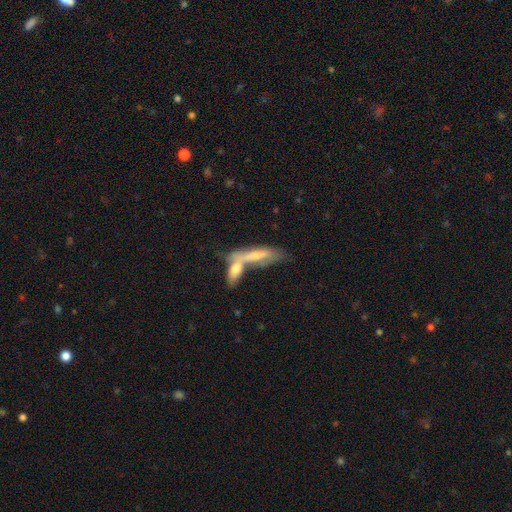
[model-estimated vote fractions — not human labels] Smooth or featured: smooth — 58% (featured or disk — 36%)
How rounded: cigar-shaped — 58% (in between — 40%)
Merging: merger — 61% (none — 23%)